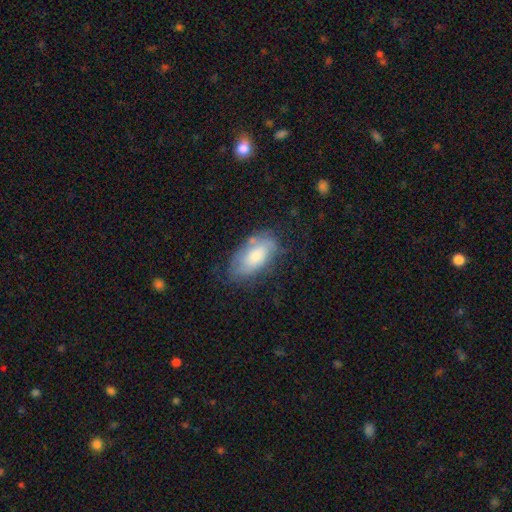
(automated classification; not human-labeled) Smooth or featured?
  - smooth: 62% *
  - featured or disk: 31%
  - star or artifact: 7%
How rounded?
  - in between: 93% *
  - cigar-shaped: 4%
  - round: 3%
Merging?
  - none: 58% *
  - minor disturbance: 28%
  - major disturbance: 11%
  - merger: 3%